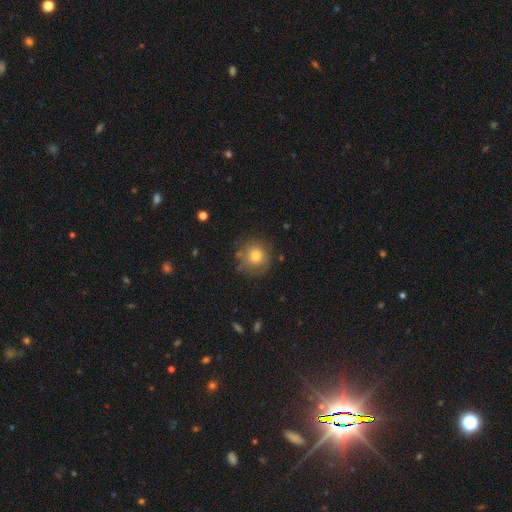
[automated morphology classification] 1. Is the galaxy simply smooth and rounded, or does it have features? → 77% smooth, 12% featured or disk, 11% star or artifact.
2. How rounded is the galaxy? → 91% round, 8% in between, 1% cigar-shaped.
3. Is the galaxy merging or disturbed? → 74% none, 17% minor disturbance, 6% major disturbance, 3% merger.